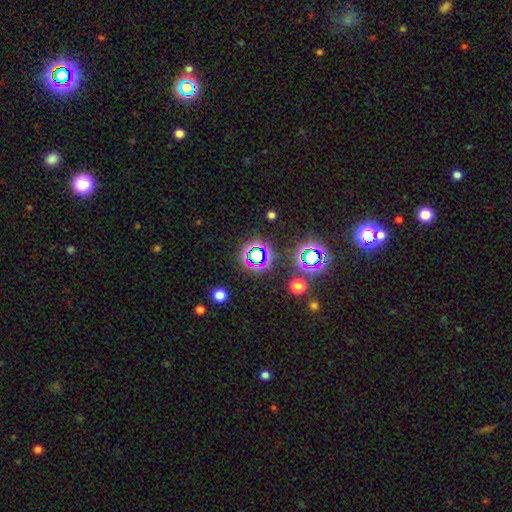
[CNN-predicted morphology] smooth_or_featured: star or artifact (p=0.61) [alt: smooth p=0.26]